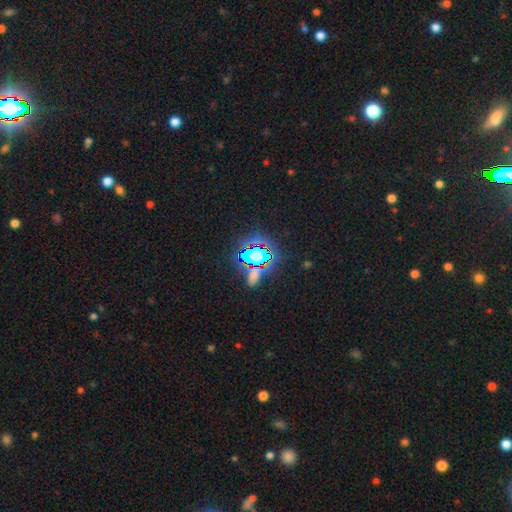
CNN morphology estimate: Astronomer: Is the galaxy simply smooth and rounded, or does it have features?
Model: star or artifact — 62%.